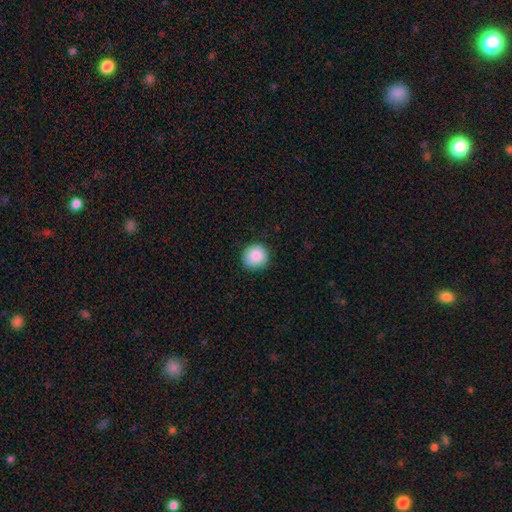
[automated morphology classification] The model was most divided on "smooth or featured": smooth: 87%, star or artifact: 8%, featured or disk: 5%. More confident: how rounded — round (92%); merging — none (89%).